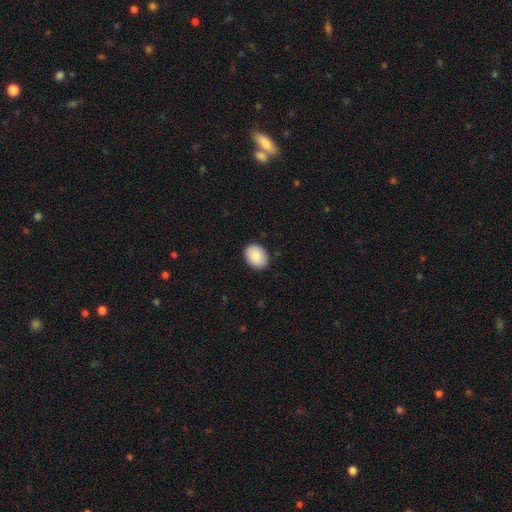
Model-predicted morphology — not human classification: Smooth or featured? smooth (88%)
How rounded? in between (72%)
Merging? none (89%)